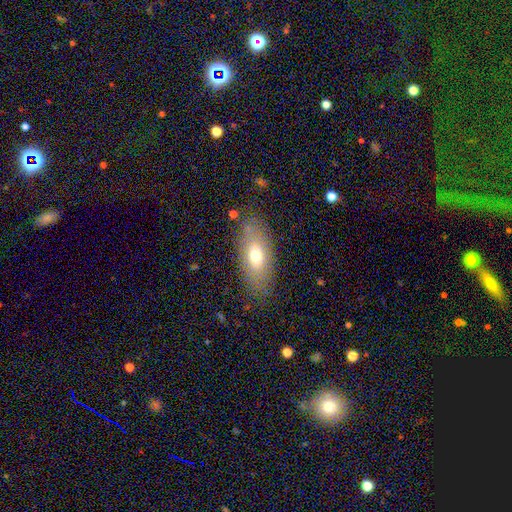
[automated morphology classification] smooth-or-featured: smooth: 64% | featured or disk: 28% | star or artifact: 8%
  how-rounded: in between: 81% | cigar-shaped: 15% | round: 4%
  merging: none: 80% | minor disturbance: 14% | major disturbance: 5% | merger: 2%